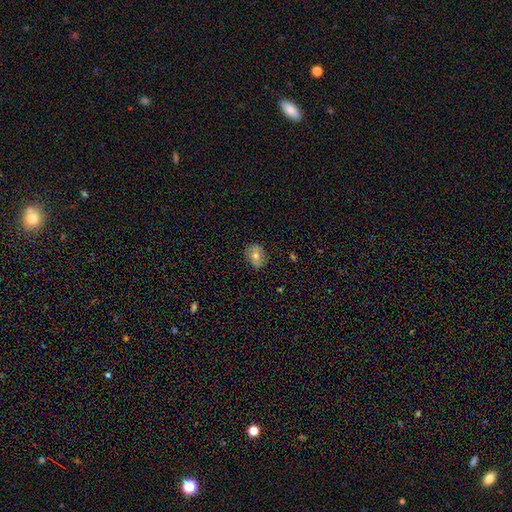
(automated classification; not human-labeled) Smooth or featured? smooth (59%)
How rounded? in between (50%)
Merging? none (80%)